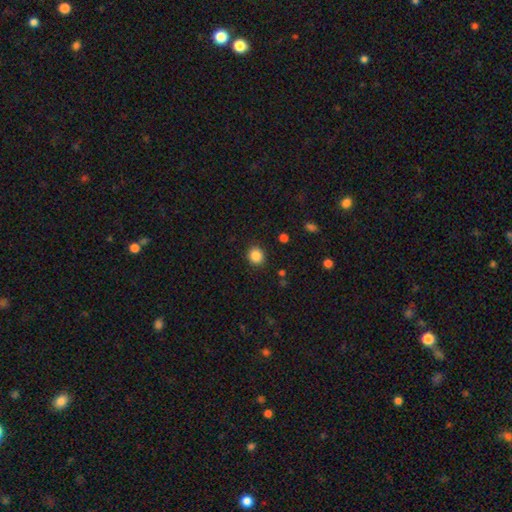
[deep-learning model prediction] smooth 86%, star or artifact 10%, featured or disk 3%. Down the decision tree: how rounded — round (86%); merging — none (90%).